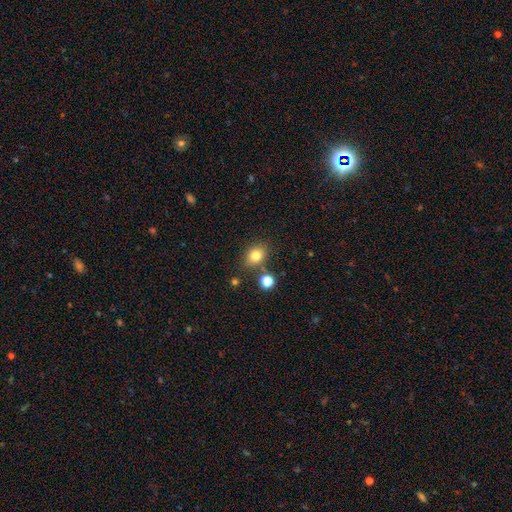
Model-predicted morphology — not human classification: Overall: smooth (79%). How rounded: round (50%; in between 49%). Merging: none (75%).